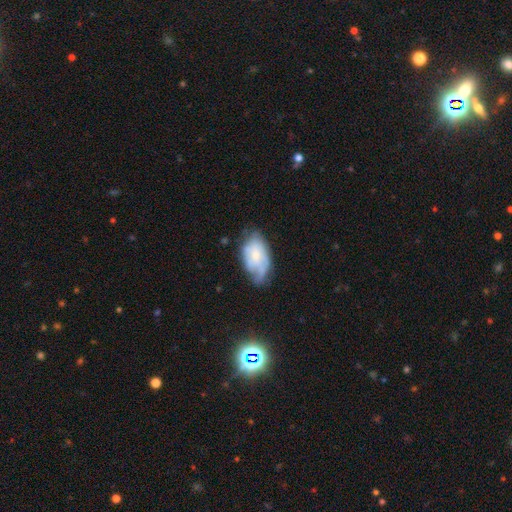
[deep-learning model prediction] Smooth or featured? featured or disk (47%)
Merging? none (47%)